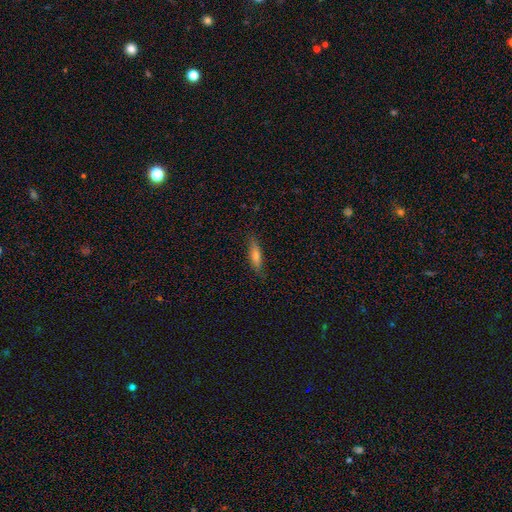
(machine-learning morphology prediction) Smooth or featured? Predicted: smooth (p=0.50). How rounded? Predicted: cigar-shaped (p=0.75). Merging? Predicted: none (p=0.84).